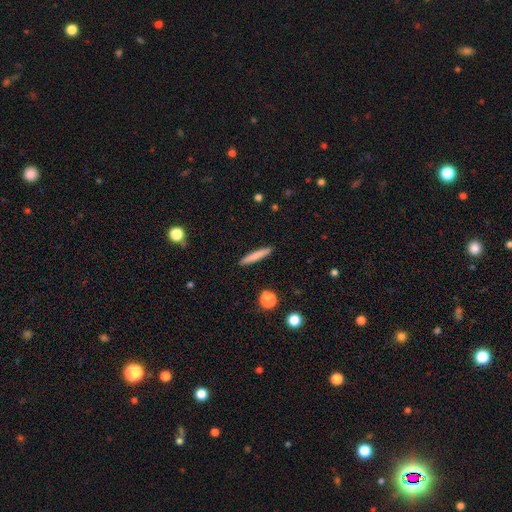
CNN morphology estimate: smooth-or-featured: smooth: 78% | featured or disk: 16% | star or artifact: 7%
  how-rounded: cigar-shaped: 94% | in between: 5% | round: 1%
  merging: none: 91% | minor disturbance: 6% | major disturbance: 2% | merger: 1%